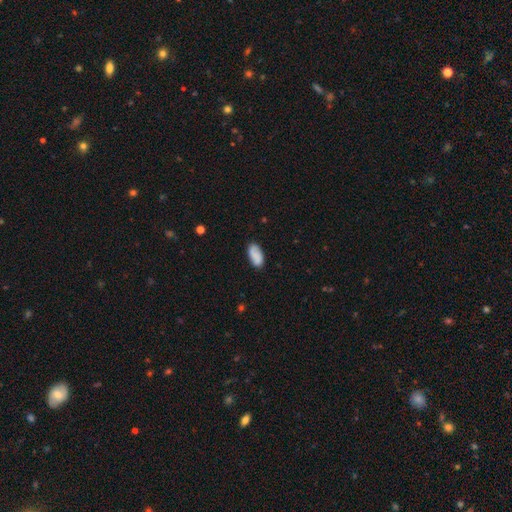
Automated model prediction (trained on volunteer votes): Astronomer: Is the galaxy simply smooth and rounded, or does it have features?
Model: smooth — 78%.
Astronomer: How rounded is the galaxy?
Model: in between — 92%.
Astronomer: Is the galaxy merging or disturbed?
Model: none — 78%.